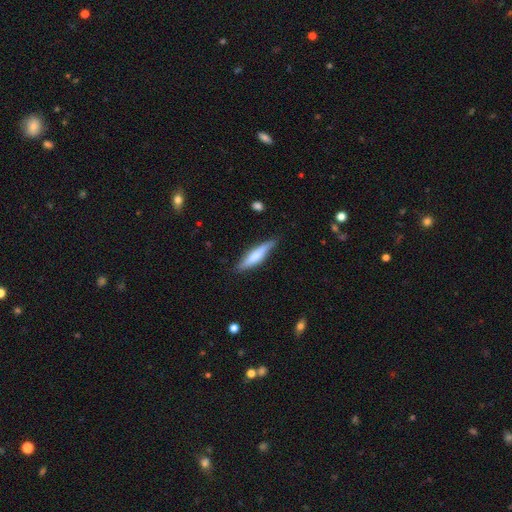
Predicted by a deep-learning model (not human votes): This appears to be a smooth galaxy with no disk features (58%) that is cigar-shaped (81%). Merging: none (78%).